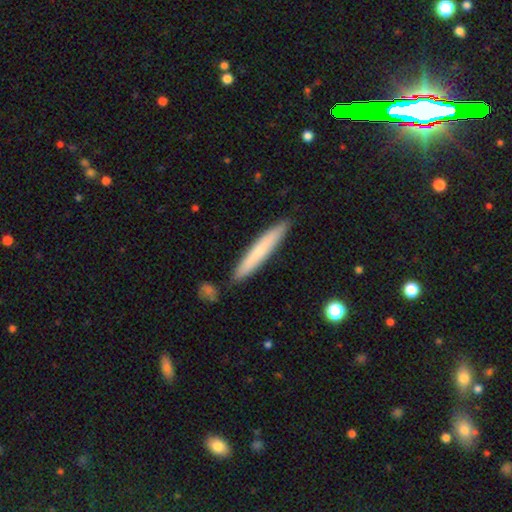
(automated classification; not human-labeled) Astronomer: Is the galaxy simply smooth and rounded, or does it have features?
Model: smooth — 63%.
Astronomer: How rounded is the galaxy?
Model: cigar-shaped — 95%.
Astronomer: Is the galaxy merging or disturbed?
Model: none — 88%.